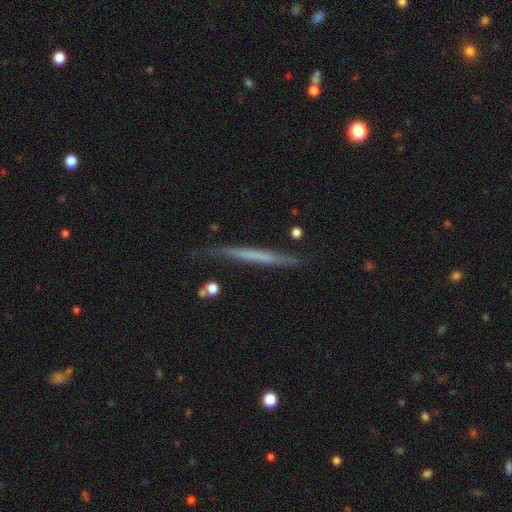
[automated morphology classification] A featured or disk galaxy (50%) viewed edge-on (94%).

Vote fractions:
- Smooth or featured? featured or disk: 50% / smooth: 43% / star or artifact: 7%
- Edge-on disk? yes: 94% / no: 6%
- Merging? none: 77% / minor disturbance: 17% / major disturbance: 4% / merger: 2%